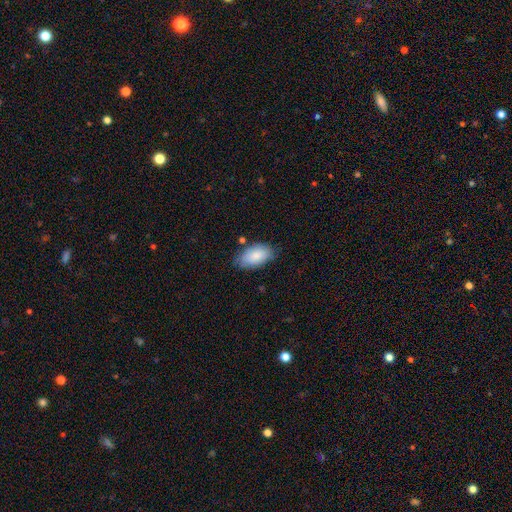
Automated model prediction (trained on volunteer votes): A smooth galaxy with no disk features (84%) that is in between round and cigar-shaped (94%). Merging: none (73%).